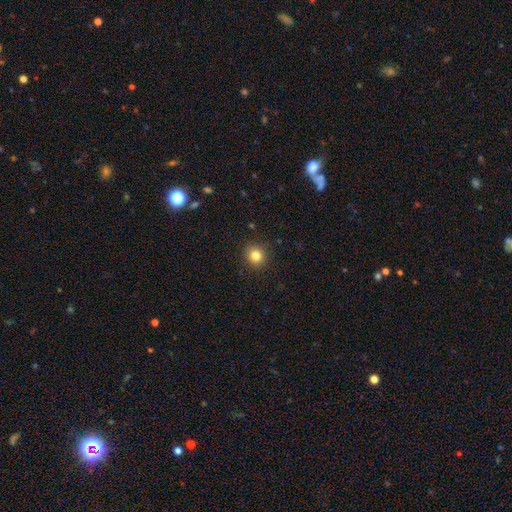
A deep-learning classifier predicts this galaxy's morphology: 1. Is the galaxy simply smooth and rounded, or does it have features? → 81% smooth, 13% star or artifact, 6% featured or disk.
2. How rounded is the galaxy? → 90% round, 9% in between, 1% cigar-shaped.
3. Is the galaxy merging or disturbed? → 91% none, 6% minor disturbance, 2% major disturbance, 1% merger.